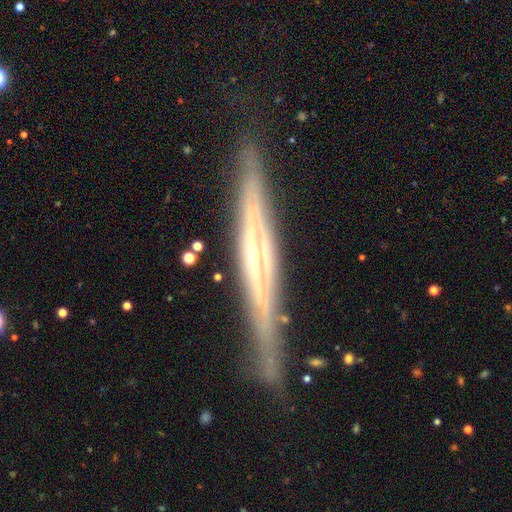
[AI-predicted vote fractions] Smooth or featured? featured or disk (85%)
Edge-on disk? yes (96%)
Edge-on bulge? rounded (62%)
Merging? none (84%)